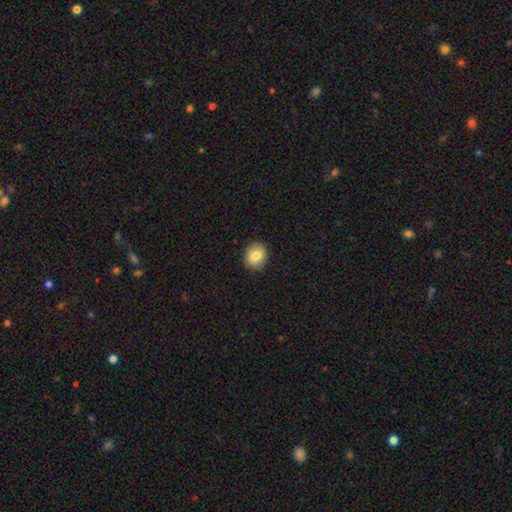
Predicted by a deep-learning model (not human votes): Smooth or featured? Predicted: smooth (p=0.82). How rounded? Predicted: round (p=0.62). Merging? Predicted: none (p=0.90).